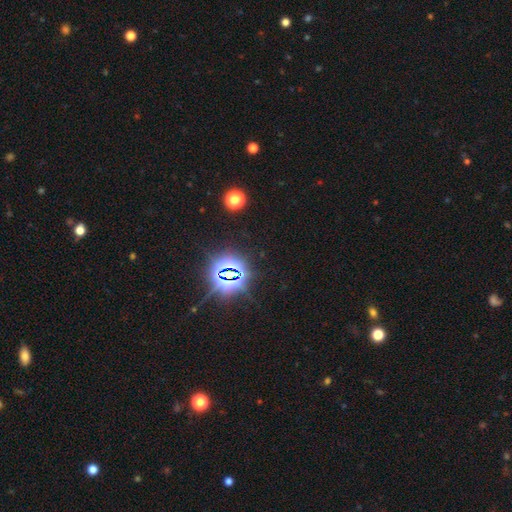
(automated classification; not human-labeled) Overall: star or artifact (84%).